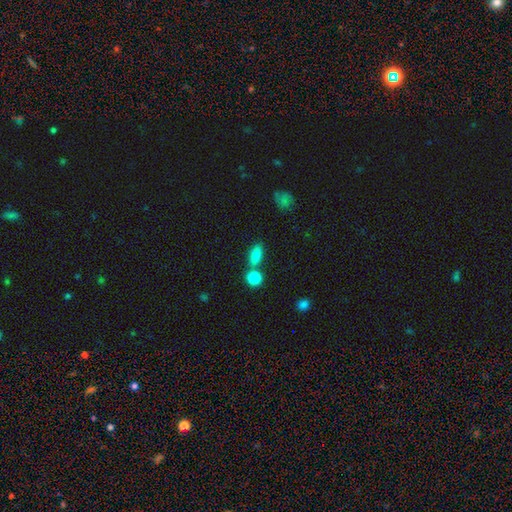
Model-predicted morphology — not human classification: This appears to be a smooth galaxy with no disk features (82%) that is in between round and cigar-shaped (68%). Merging: none (65%).